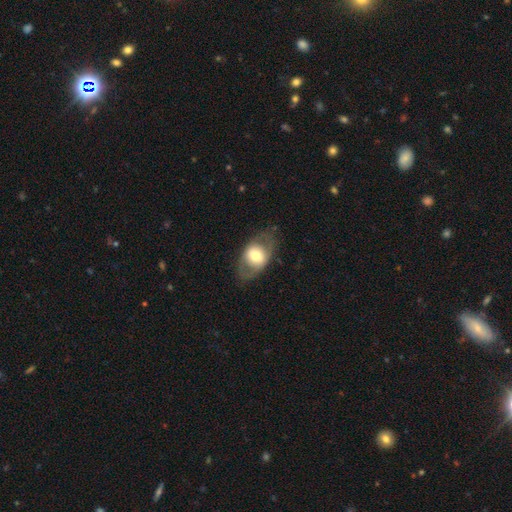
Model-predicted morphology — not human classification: This is possibly a smooth galaxy (49%). Merging: likely none (74%).